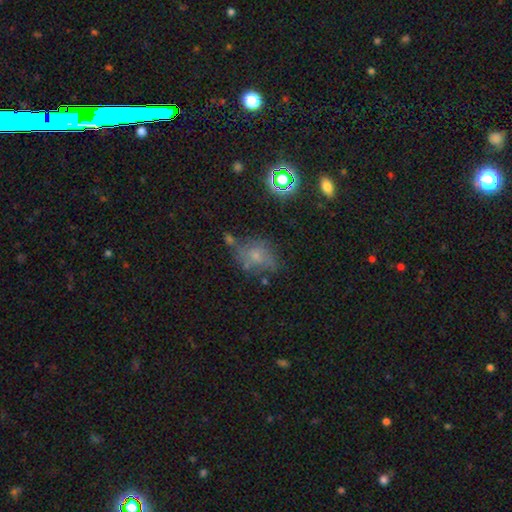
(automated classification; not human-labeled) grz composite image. It shows a smooth galaxy with no disk features (49%). Merging: none (49%).